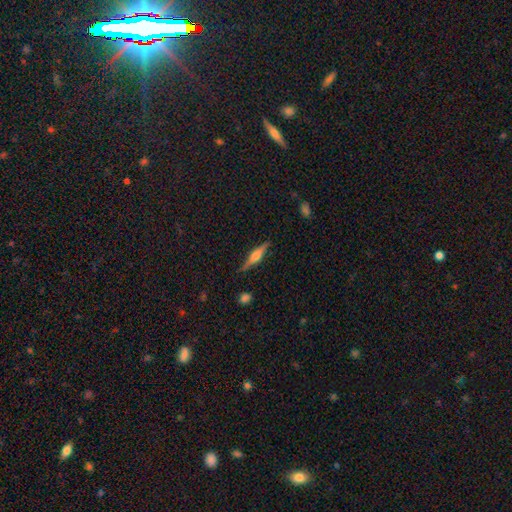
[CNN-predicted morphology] Overall: featured or disk (64%; smooth 30%). Edge-on disk: yes (97%). Edge-on bulge: rounded (79%). Merging: none (86%).